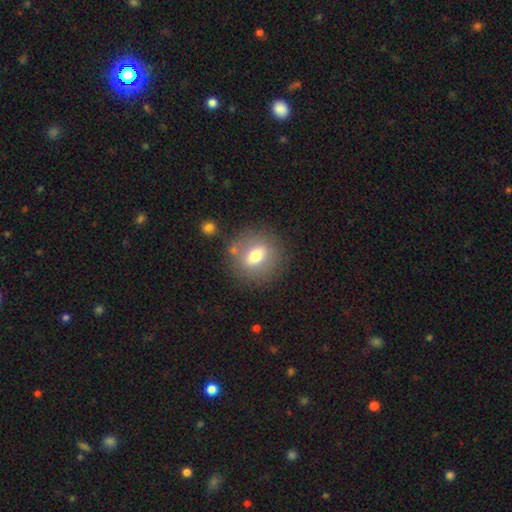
Q: Smooth or featured?
A: smooth (55%); runner-up: featured or disk (37%)
Q: How rounded?
A: round (62%); runner-up: in between (33%)
Q: Merging?
A: none (77%); runner-up: minor disturbance (9%)